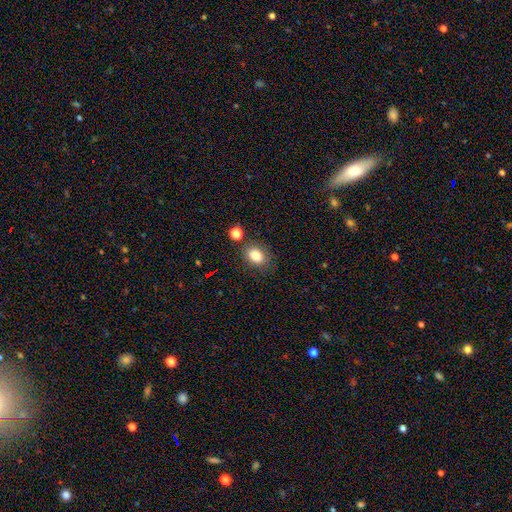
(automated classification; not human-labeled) Q: Smooth or featured?
A: smooth (82%); runner-up: star or artifact (11%)
Q: How rounded?
A: in between (66%); runner-up: round (32%)
Q: Merging?
A: none (77%); runner-up: minor disturbance (13%)